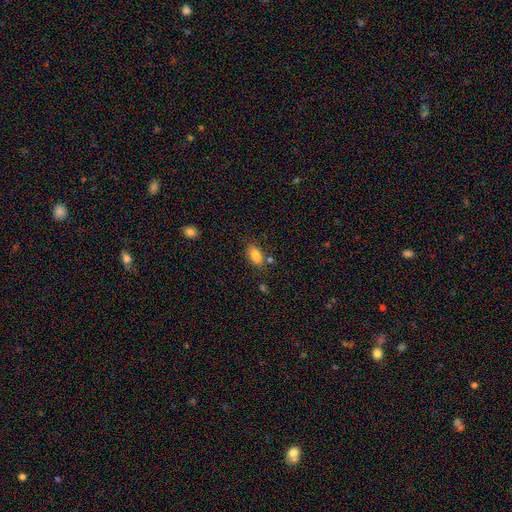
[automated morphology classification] smooth_or_featured: smooth (p=0.83) [alt: star or artifact p=0.08]
how_rounded: in between (p=0.88) [alt: round p=0.08]
merging: none (p=0.74) [alt: minor disturbance p=0.15]